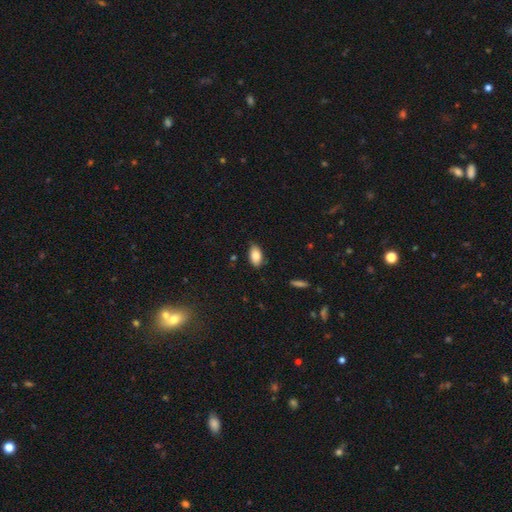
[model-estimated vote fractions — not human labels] Smooth or featured? Predicted: smooth (p=0.85). How rounded? Predicted: in between (p=0.93). Merging? Predicted: none (p=0.77).